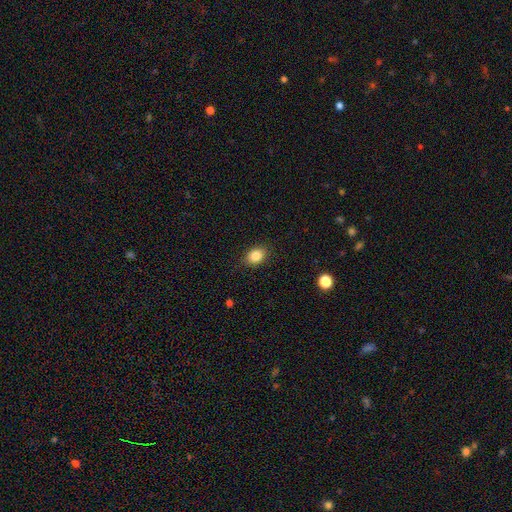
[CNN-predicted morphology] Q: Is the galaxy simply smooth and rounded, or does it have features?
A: smooth — 85%.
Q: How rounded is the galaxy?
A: in between — 65%.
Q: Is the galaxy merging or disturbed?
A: none — 86%.